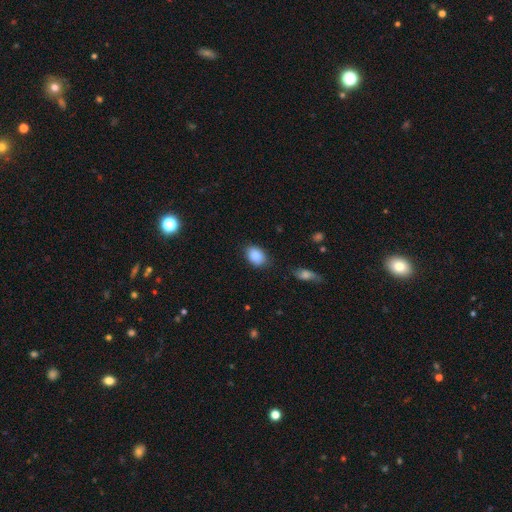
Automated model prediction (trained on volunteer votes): smooth-or-featured: smooth: 89% | star or artifact: 7% | featured or disk: 4%
  how-rounded: in between: 79% | round: 20% | cigar-shaped: 1%
  merging: none: 80% | minor disturbance: 14% | major disturbance: 3% | merger: 3%